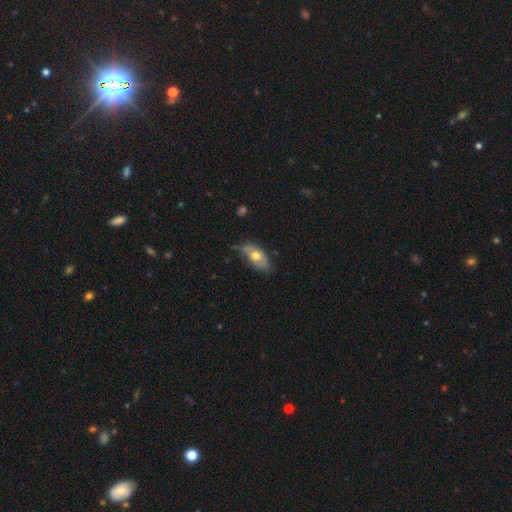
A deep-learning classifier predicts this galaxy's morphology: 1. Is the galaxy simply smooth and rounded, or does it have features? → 56% smooth, 37% featured or disk, 6% star or artifact.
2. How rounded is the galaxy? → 89% in between, 6% cigar-shaped, 5% round.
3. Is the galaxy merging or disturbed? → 46% none, 40% minor disturbance, 12% major disturbance, 3% merger.